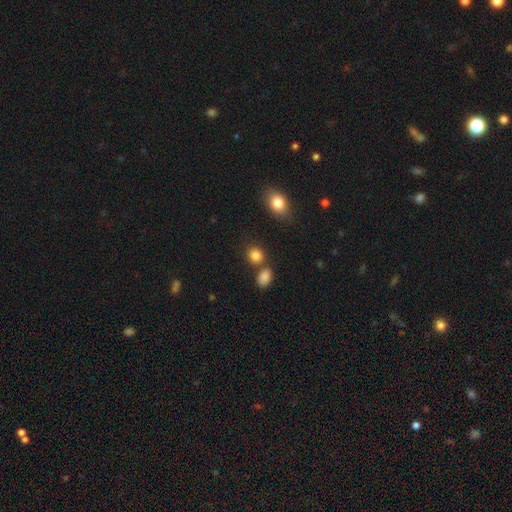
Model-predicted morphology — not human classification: This appears to be a smooth galaxy with no disk features (85%) that is round (69%). Merging: none (69%).